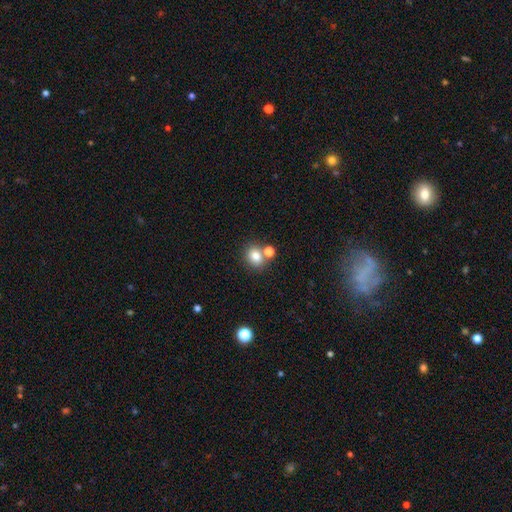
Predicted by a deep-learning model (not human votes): smooth-or-featured: smooth: 79% | star or artifact: 12% | featured or disk: 9%
  how-rounded: round: 62% | in between: 37% | cigar-shaped: 1%
  merging: none: 60% | merger: 26% | minor disturbance: 10% | major disturbance: 3%